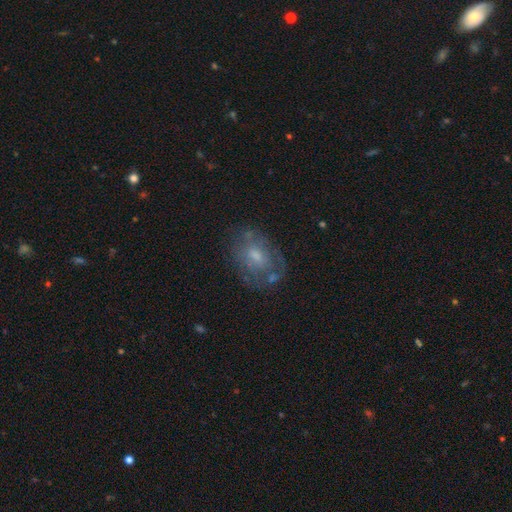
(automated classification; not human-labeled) A featured or disk galaxy (55%) with no bar (72%), no spiral arms (52%) and a moderate central bulge (47%). Merging: none (63%).